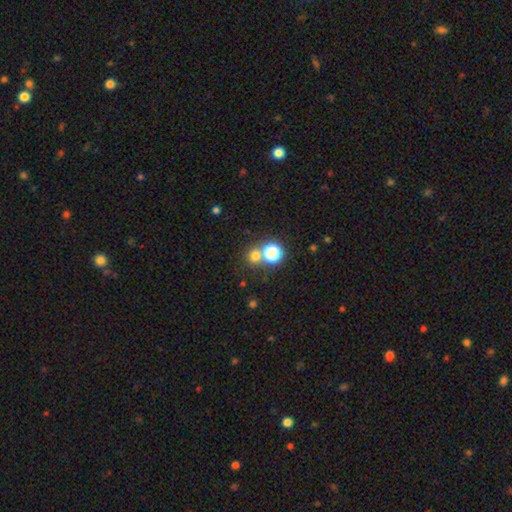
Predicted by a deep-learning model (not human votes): Morphology: type=smooth (68%); roundness=round (88%); merging=none (64%).